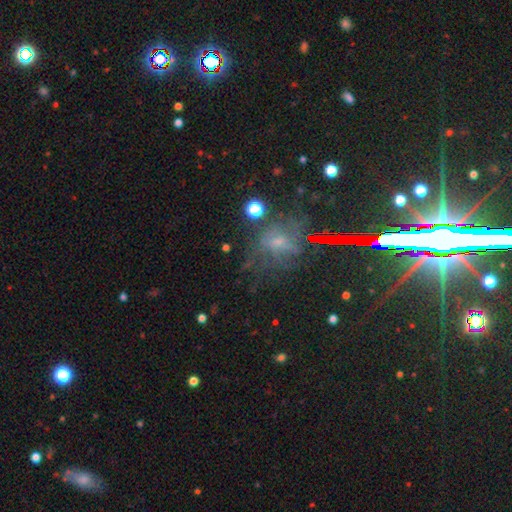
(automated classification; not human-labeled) Smooth or featured?
  - star or artifact: 49% *
  - featured or disk: 30%
  - smooth: 21%